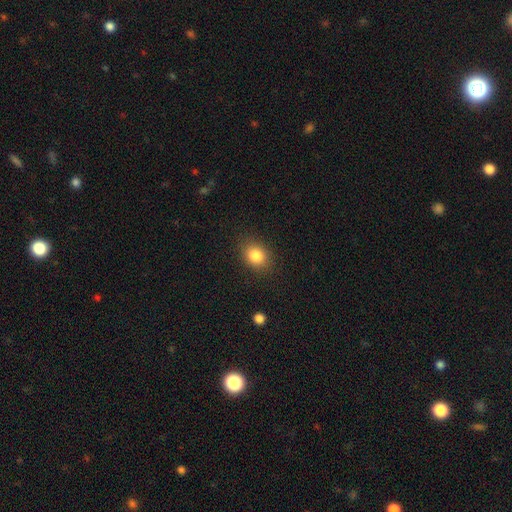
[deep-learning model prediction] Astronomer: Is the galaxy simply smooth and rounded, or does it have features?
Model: smooth — 84%.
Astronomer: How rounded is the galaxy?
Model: in between — 54% (runner-up: round, 45%).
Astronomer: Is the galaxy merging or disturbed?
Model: none — 86%.